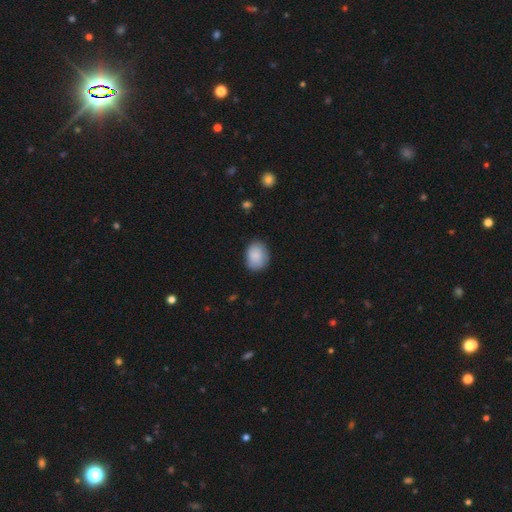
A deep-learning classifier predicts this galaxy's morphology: type=smooth (86%); roundness=in between (62%); merging=none (78%).